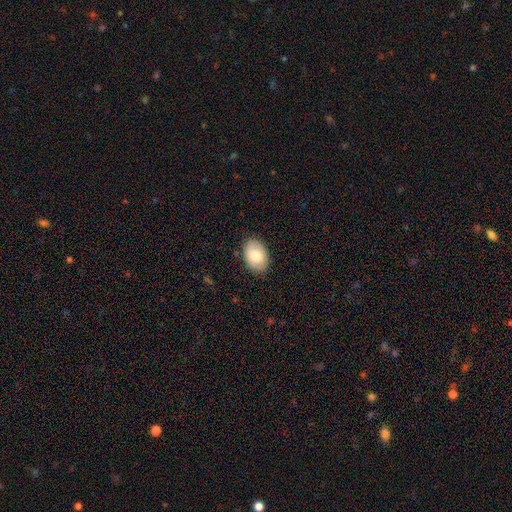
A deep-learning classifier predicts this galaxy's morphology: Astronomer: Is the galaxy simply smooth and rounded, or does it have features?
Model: smooth — 80%.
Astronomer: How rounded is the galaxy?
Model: in between — 87%.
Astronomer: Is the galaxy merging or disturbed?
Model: none — 85%.